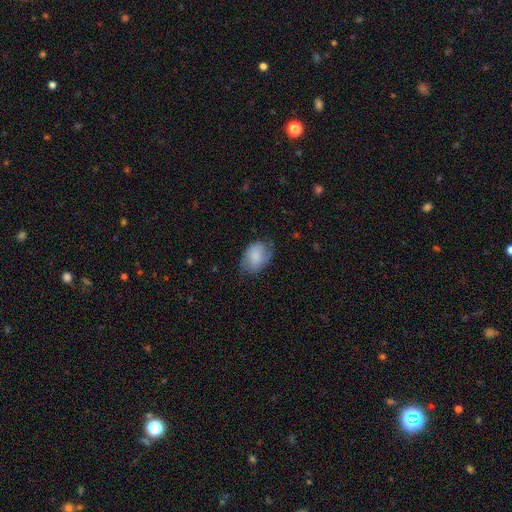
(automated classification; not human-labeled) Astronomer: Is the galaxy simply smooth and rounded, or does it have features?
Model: smooth — 69%.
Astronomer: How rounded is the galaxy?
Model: in between — 78%.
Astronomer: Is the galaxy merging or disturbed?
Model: none — 59%.